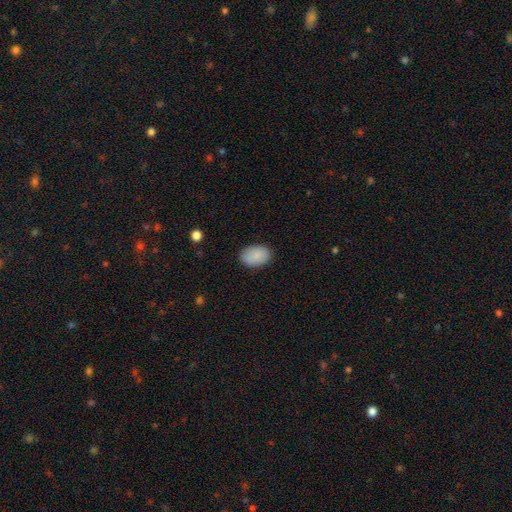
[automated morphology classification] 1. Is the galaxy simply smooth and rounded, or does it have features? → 89% smooth, 7% star or artifact, 4% featured or disk.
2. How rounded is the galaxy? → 89% in between, 10% round, 1% cigar-shaped.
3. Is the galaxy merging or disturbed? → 87% none, 10% minor disturbance, 2% major disturbance, 1% merger.